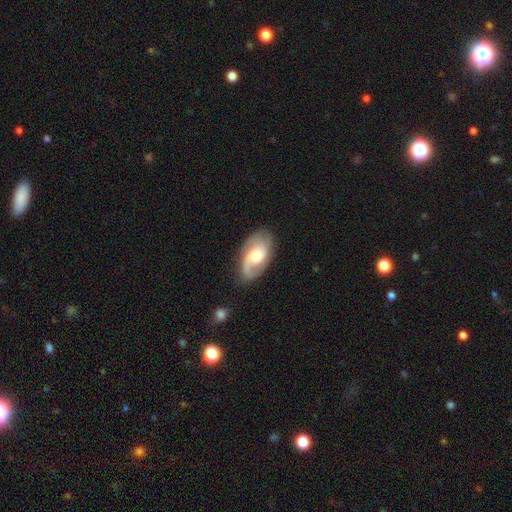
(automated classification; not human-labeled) Smooth or featured? featured or disk (70%)
Edge-on disk? no (96%)
Bar? no (62%)
Spiral arms? yes (93%)
Spiral winding? medium (45%)
Spiral arm count? 2 (62%)
Bulge size? moderate (44%)
Merging? none (74%)